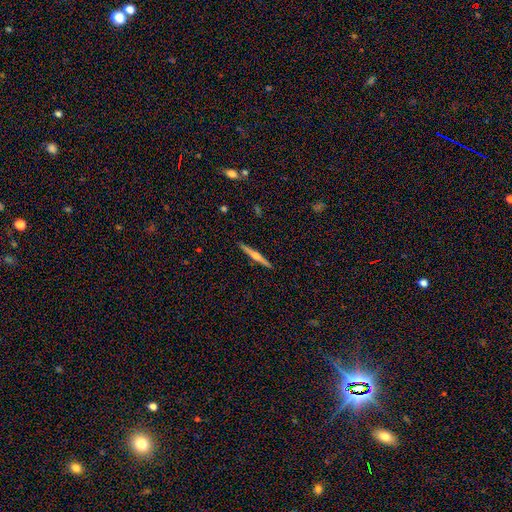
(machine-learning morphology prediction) Smooth or featured: featured or disk — 72% (smooth — 22%)
Edge-on disk: yes — 98% (no — 2%)
Edge-on bulge: rounded — 87% (none — 7%)
Merging: none — 92% (minor disturbance — 6%)